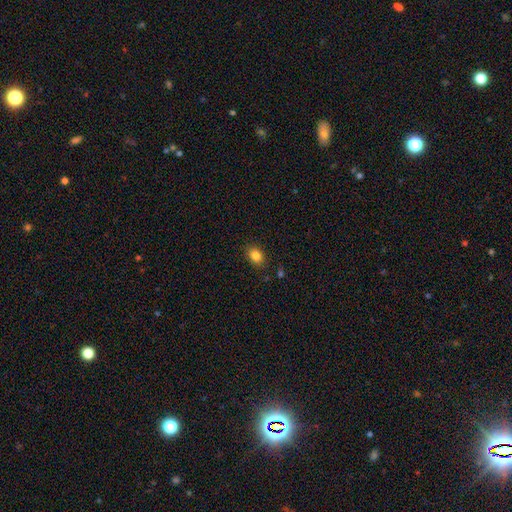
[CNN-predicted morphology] Smooth or featured? smooth (84%)
How rounded? in between (68%)
Merging? none (85%)